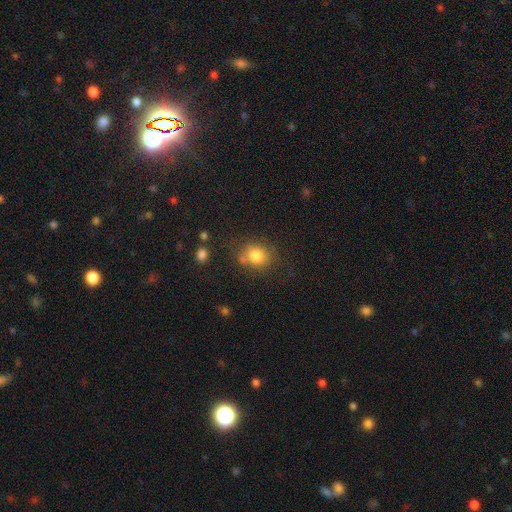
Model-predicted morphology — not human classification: Smooth or featured? Predicted: smooth (p=0.81). How rounded? Predicted: round (p=0.69). Merging? Predicted: none (p=0.67).